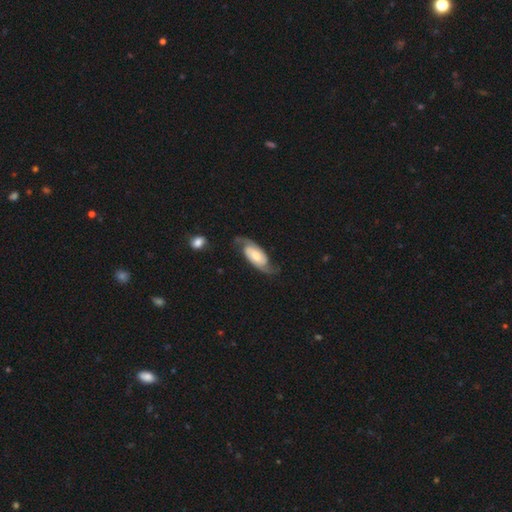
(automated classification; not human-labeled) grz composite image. It shows a featured or disk galaxy (82%) with no bar (47%), 2 (91%) medium (45%) spiral arms (96%) and a moderate central bulge (51%). Merging: none (74%).